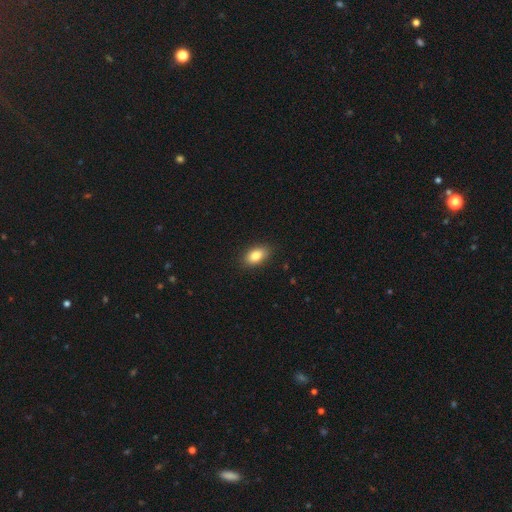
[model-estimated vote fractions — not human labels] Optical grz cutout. It shows a smooth galaxy with no disk features (83%) that is in between round and cigar-shaped (88%). Merging: none (88%).